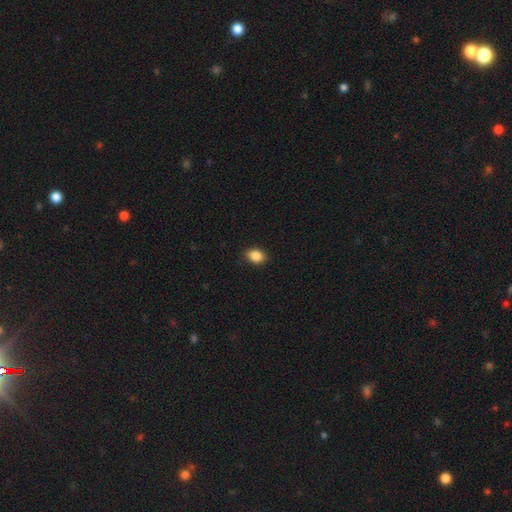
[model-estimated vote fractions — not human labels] A smooth galaxy with no disk features (87%) that is in between round and cigar-shaped (74%). Merging: none (88%).